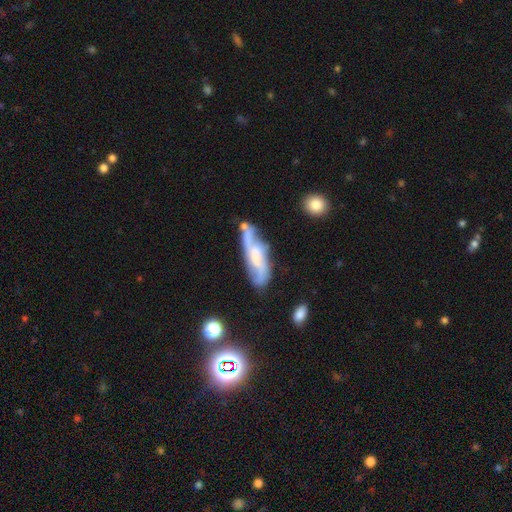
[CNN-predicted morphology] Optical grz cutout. It shows a featured or disk galaxy (72%) with no bar (45%), 2 (71%) loose (44%) spiral arms (91%) and a small central bulge (34%). Merging: none (56%).